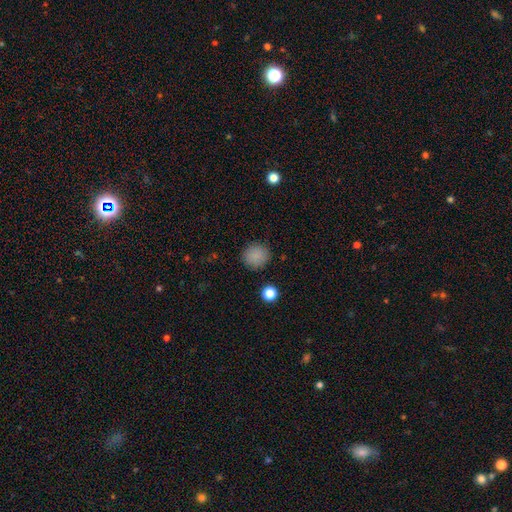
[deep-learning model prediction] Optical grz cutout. It shows a smooth galaxy with no disk features (86%) that is round (88%). Merging: none (89%).